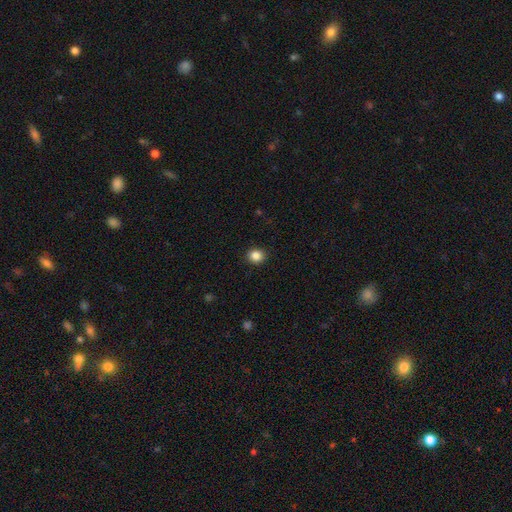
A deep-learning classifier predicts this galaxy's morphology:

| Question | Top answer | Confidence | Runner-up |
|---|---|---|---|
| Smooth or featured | smooth | 86% | star or artifact (10%) |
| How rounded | round | 77% | in between (22%) |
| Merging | none | 91% | minor disturbance (6%) |